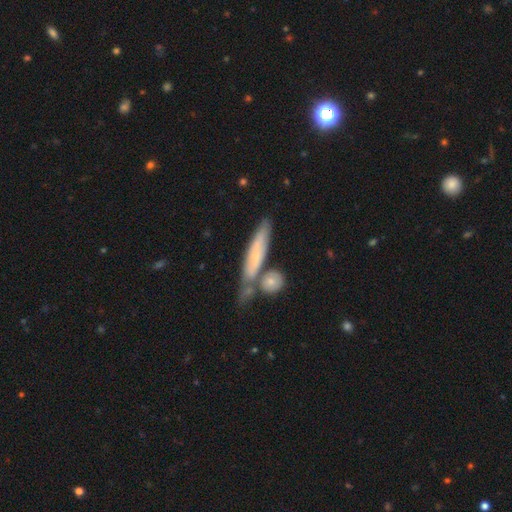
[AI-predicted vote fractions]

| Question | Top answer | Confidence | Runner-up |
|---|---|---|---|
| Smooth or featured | smooth | 47% | featured or disk (46%) |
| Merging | none | 50% | merger (30%) |